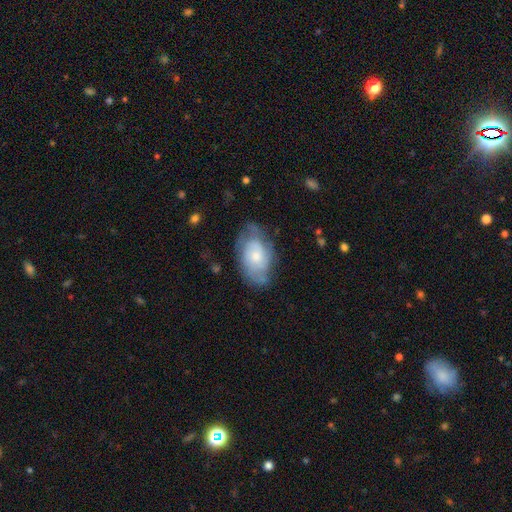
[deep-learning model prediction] Smooth or featured: featured or disk — 55% (smooth — 37%)
Edge-on disk: no — 94% (yes — 6%)
Bar: no — 77% (weak — 20%)
Spiral arms: yes — 74% (no — 26%)
Bulge size: moderate — 46% (small — 42%)
Merging: none — 63% (minor disturbance — 26%)